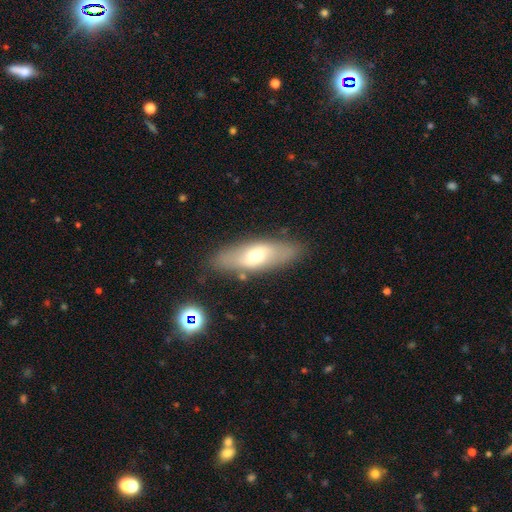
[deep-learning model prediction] smooth_or_featured: smooth (p=0.49) [alt: featured or disk p=0.43]
merging: none (p=0.82) [alt: minor disturbance p=0.12]